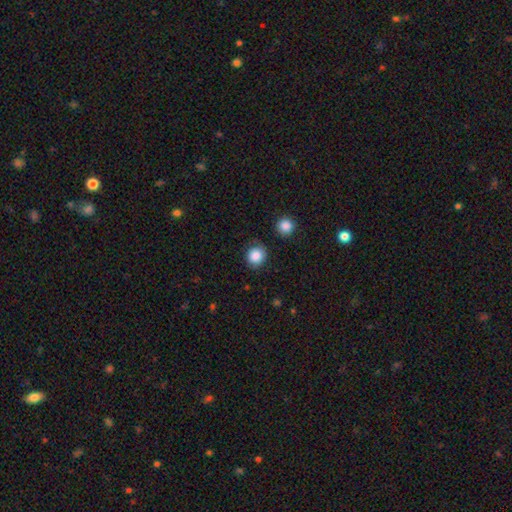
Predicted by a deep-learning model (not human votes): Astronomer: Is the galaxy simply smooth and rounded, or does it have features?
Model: smooth — 86%.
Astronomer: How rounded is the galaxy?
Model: round — 85%.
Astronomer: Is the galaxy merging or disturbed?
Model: none — 82%.